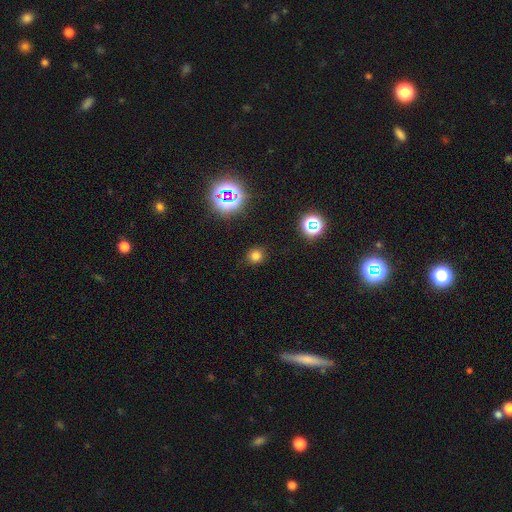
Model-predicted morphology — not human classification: Smooth or featured? smooth (72%)
How rounded? round (88%)
Merging? none (88%)